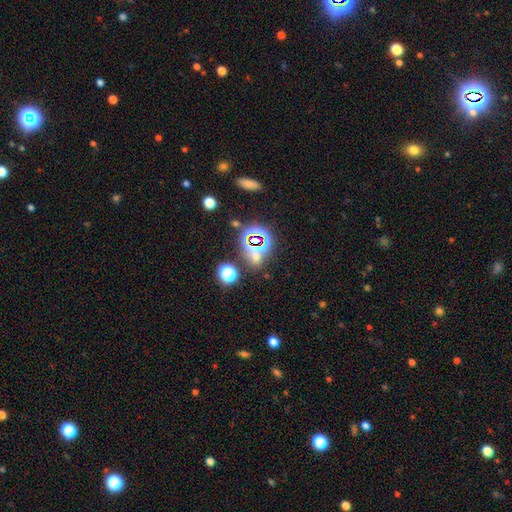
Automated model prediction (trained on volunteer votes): smooth_or_featured: star or artifact (p=0.59) [alt: smooth p=0.31]